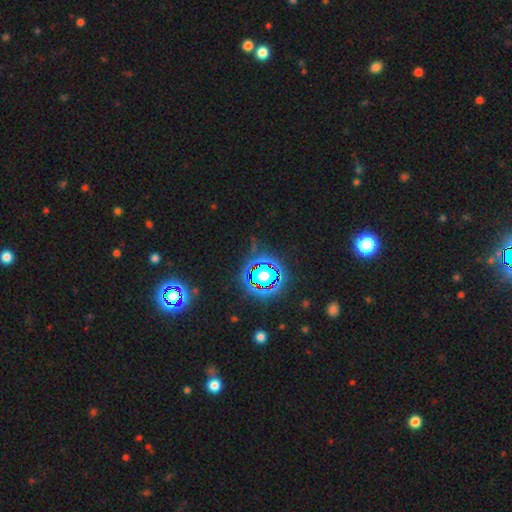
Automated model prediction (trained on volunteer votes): A star or artifact, not a galaxy (82%).